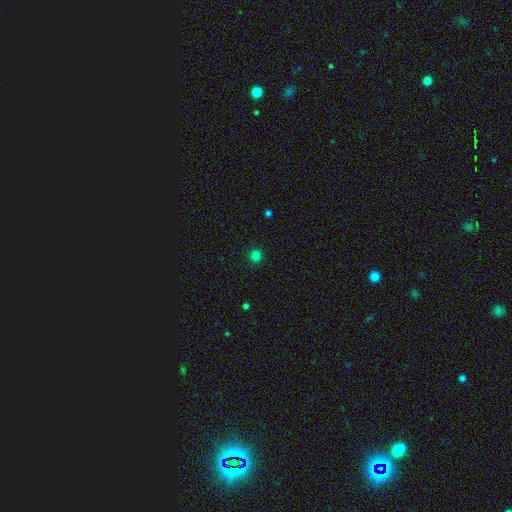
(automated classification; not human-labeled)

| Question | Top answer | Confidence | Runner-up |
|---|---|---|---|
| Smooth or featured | smooth | 80% | star or artifact (16%) |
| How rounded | round | 94% | in between (5%) |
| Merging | none | 92% | minor disturbance (5%) |